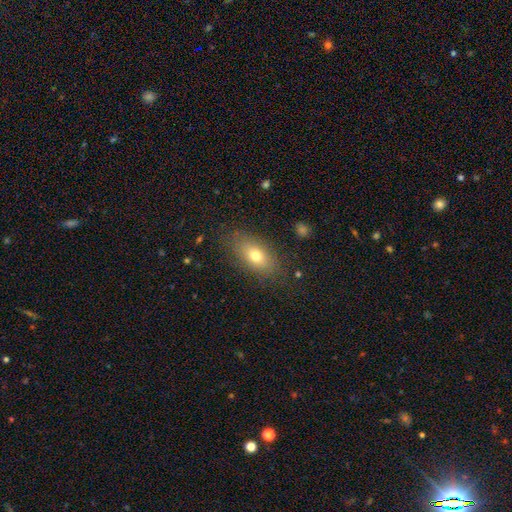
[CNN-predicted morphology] smooth-or-featured: smooth: 71% | featured or disk: 19% | star or artifact: 10%
  how-rounded: in between: 85% | round: 9% | cigar-shaped: 6%
  merging: none: 80% | minor disturbance: 14% | major disturbance: 5% | merger: 1%